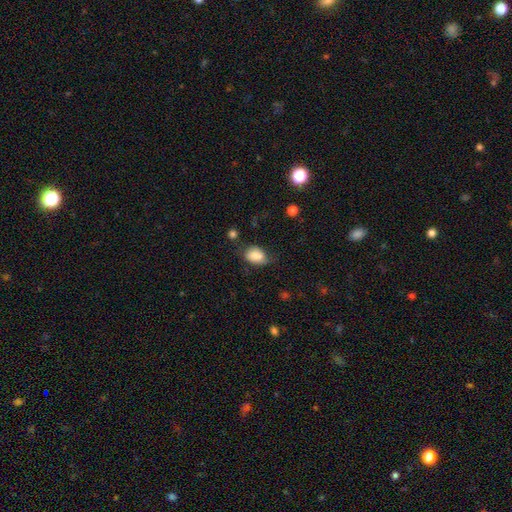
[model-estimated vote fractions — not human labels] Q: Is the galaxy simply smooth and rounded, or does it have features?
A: smooth — 82%.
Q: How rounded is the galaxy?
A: in between — 75%.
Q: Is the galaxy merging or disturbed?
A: none — 53%.